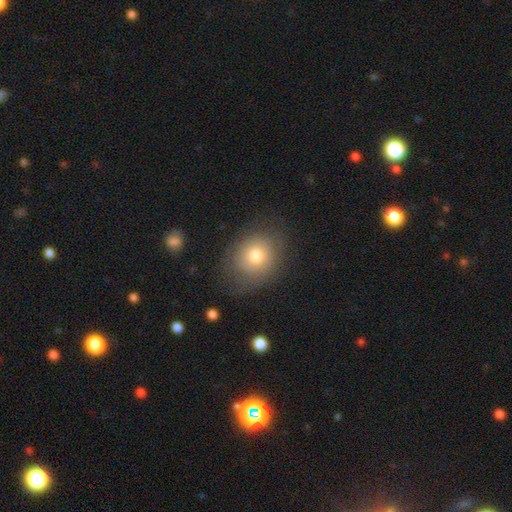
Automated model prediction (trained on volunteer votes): Smooth or featured: smooth — 73% (featured or disk — 16%)
How rounded: round — 59% (in between — 40%)
Merging: none — 72% (minor disturbance — 18%)